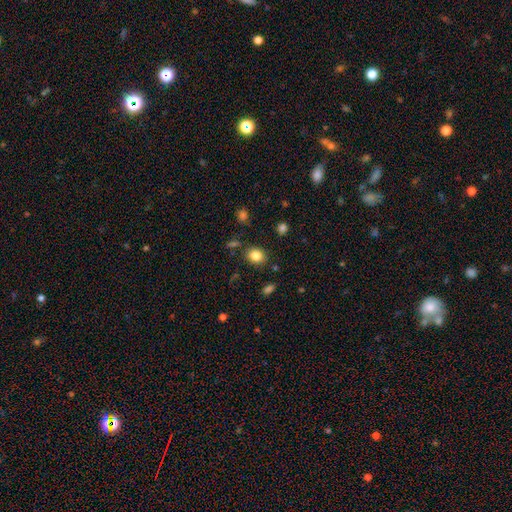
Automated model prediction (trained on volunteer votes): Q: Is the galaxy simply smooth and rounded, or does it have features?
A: smooth — 84%.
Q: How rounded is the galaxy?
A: round — 55%.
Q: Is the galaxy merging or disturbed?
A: none — 85%.